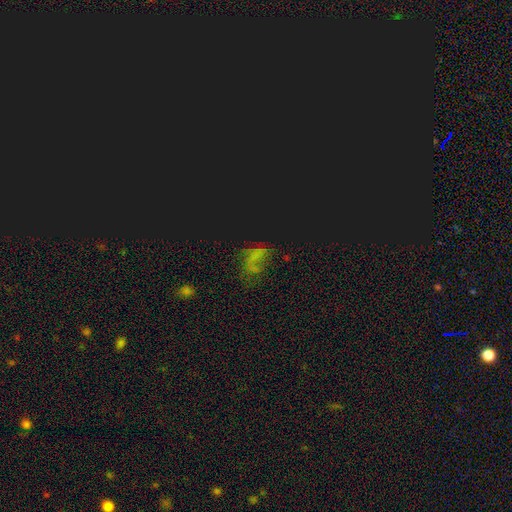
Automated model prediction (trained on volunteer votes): star or artifact 57%, smooth 24%, featured or disk 19%.